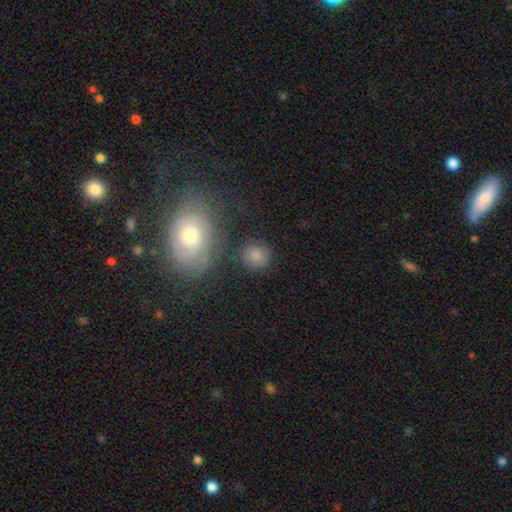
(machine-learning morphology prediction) Smooth or featured?
  - smooth: 69% *
  - featured or disk: 19%
  - star or artifact: 12%
How rounded?
  - round: 84% *
  - in between: 15%
  - cigar-shaped: 1%
Merging?
  - none: 76% *
  - minor disturbance: 13%
  - merger: 6%
  - major disturbance: 5%